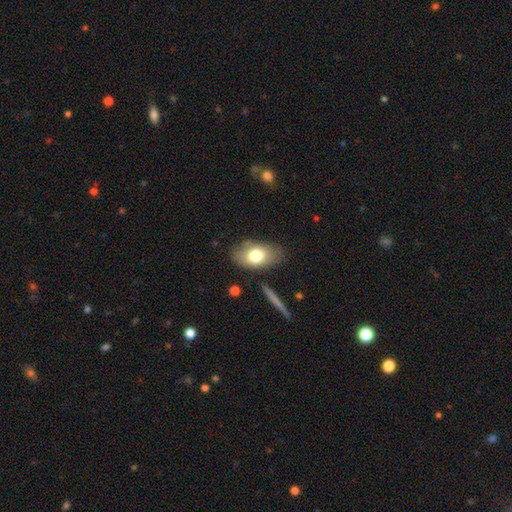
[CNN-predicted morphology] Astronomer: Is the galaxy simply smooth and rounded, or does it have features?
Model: smooth — 73%.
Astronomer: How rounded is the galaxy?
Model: in between — 90%.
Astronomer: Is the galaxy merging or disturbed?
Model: none — 76%.